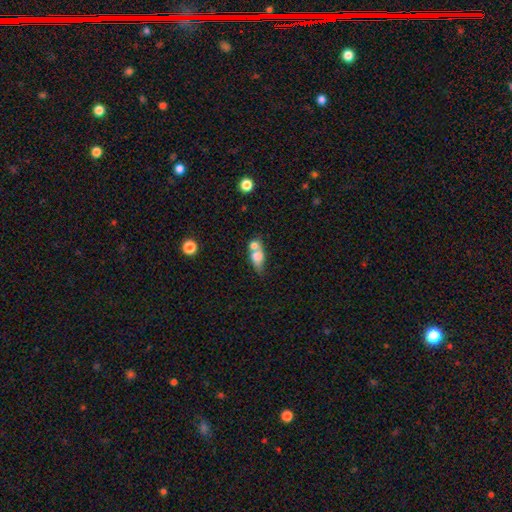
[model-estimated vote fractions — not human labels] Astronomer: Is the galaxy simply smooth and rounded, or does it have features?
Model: smooth — 67%.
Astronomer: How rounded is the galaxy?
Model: in between — 63%.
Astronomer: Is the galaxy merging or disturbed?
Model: merger — 53%.